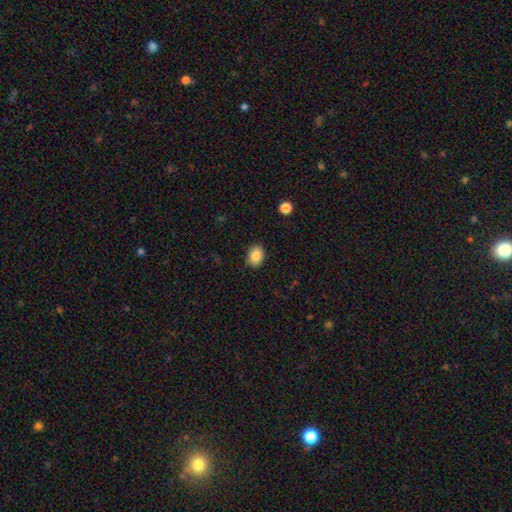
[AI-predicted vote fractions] This appears to be a smooth galaxy with no disk features (87%) that is in between round and cigar-shaped (70%). Merging: none (87%).